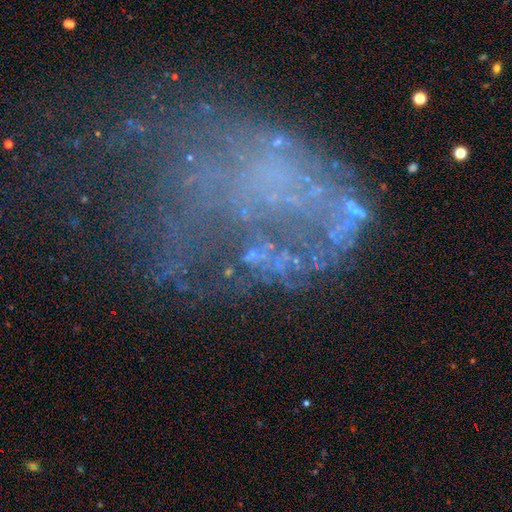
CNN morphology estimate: smooth_or_featured: star or artifact (p=0.64) [alt: featured or disk p=0.21]